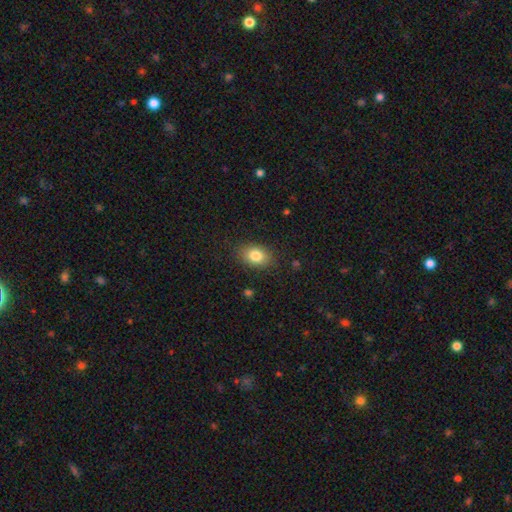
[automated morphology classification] This is clearly a smooth galaxy (82%). How rounded: likely in between (78%). Merging: clearly none (85%).